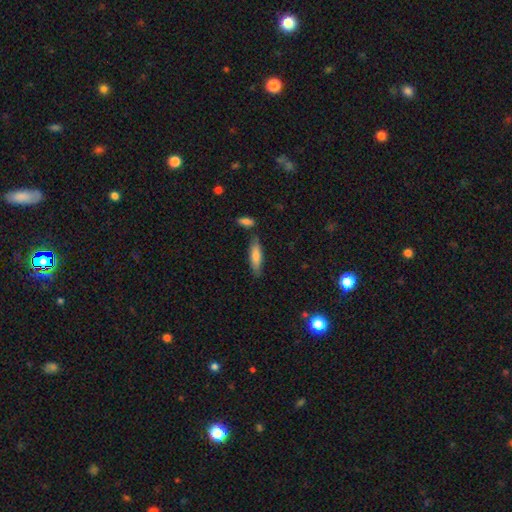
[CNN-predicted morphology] Smooth or featured? Predicted: smooth (p=0.76). How rounded? Predicted: cigar-shaped (p=0.59). Merging? Predicted: none (p=0.78).